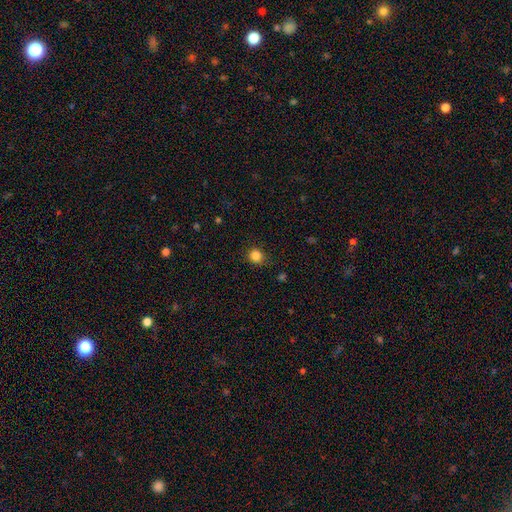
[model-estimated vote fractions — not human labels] Smooth or featured: smooth — 84% (star or artifact — 12%)
How rounded: round — 85% (in between — 15%)
Merging: none — 84% (minor disturbance — 12%)